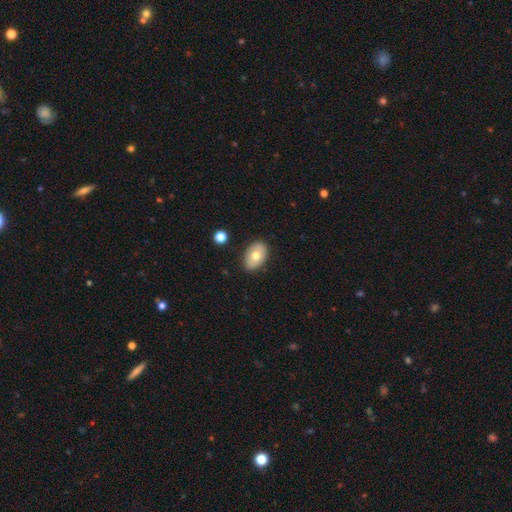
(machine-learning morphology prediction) A smooth galaxy with no disk features (70%) that is in between round and cigar-shaped (86%). Merging: none (85%).